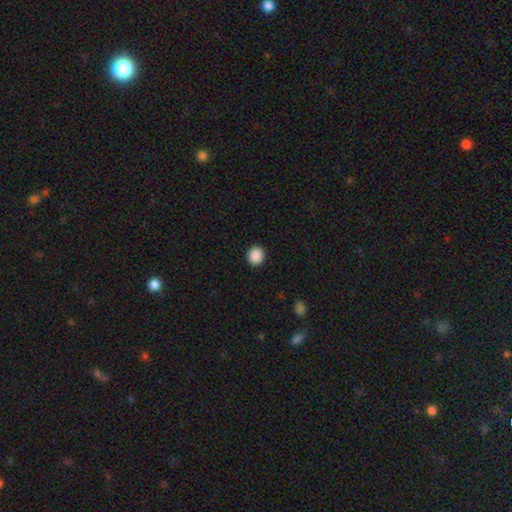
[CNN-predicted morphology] This is clearly a smooth galaxy (89%). How rounded: clearly round (86%). Merging: clearly none (92%).